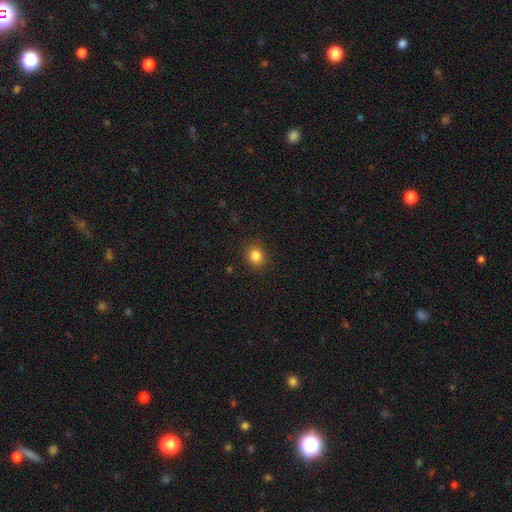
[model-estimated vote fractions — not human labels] A smooth galaxy with no disk features (85%) that is round (75%).

Vote fractions:
- Smooth or featured? smooth: 85% / star or artifact: 11% / featured or disk: 4%
- How rounded? round: 75% / in between: 24% / cigar-shaped: 1%
- Merging? none: 88% / minor disturbance: 8% / major disturbance: 3% / merger: 1%